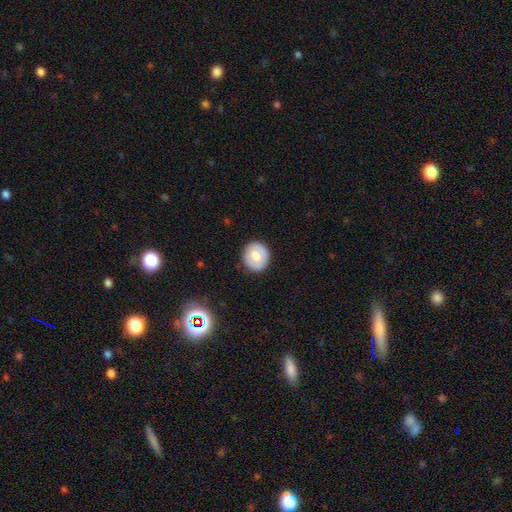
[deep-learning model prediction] Overall: smooth (65%; featured or disk 27%). How rounded: round (81%). Merging: none (88%).